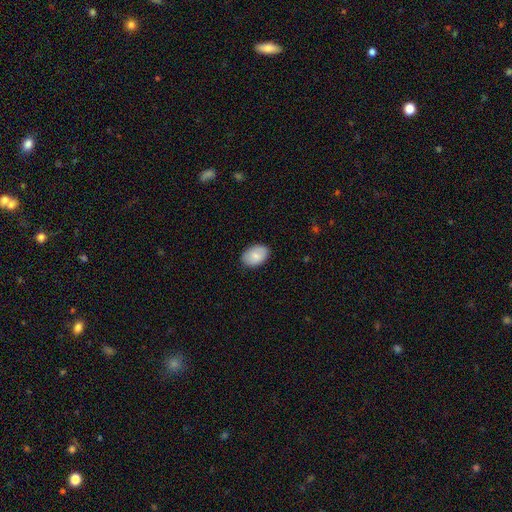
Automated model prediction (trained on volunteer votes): smooth-or-featured: smooth: 83% | featured or disk: 11% | star or artifact: 6%
  how-rounded: in between: 89% | round: 10% | cigar-shaped: 1%
  merging: none: 85% | minor disturbance: 12% | major disturbance: 2% | merger: 1%